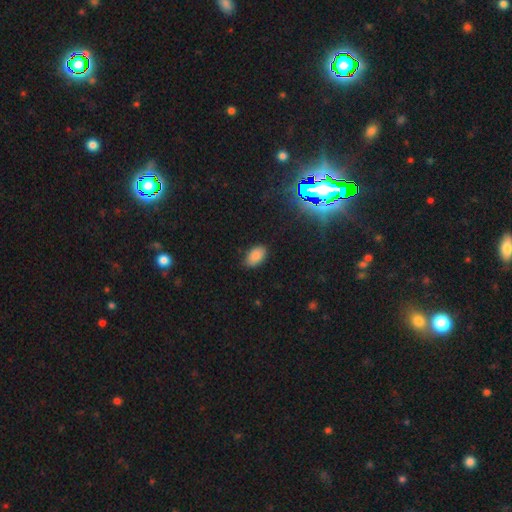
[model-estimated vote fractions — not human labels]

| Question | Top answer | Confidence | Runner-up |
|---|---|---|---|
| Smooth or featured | smooth | 81% | star or artifact (13%) |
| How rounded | in between | 92% | round (6%) |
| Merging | none | 82% | minor disturbance (14%) |